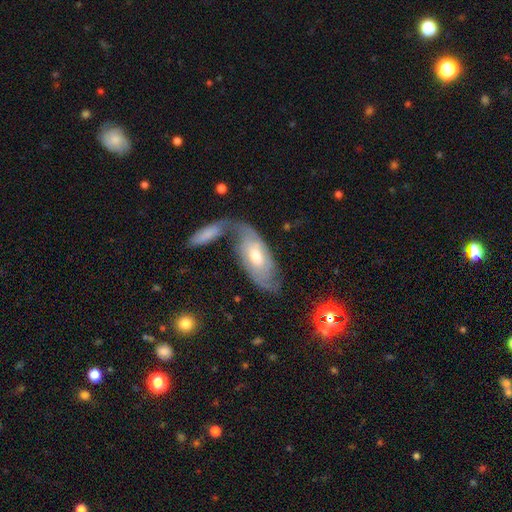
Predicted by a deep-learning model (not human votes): Morphology: type=featured or disk (72%); edge-on=no (89%); bar=no (59%); spiral arms=yes (89%); winding=tight (44%); arm count=2 (61%); bulge=moderate (66%); merging=none (48%).